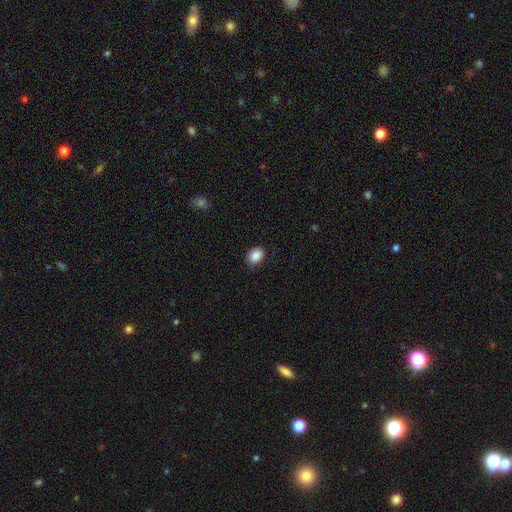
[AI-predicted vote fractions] Overall: smooth (88%). How rounded: in between (59%; round 40%). Merging: none (84%).